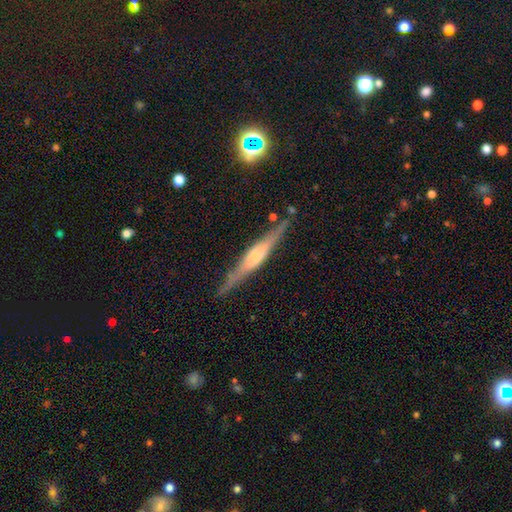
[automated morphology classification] Smooth or featured?
  - featured or disk: 76% *
  - smooth: 18%
  - star or artifact: 7%
Edge-on disk?
  - yes: 97% *
  - no: 3%
Edge-on bulge?
  - rounded: 63% *
  - boxy: 27%
  - none: 10%
Merging?
  - none: 85% *
  - minor disturbance: 11%
  - major disturbance: 3%
  - merger: 2%